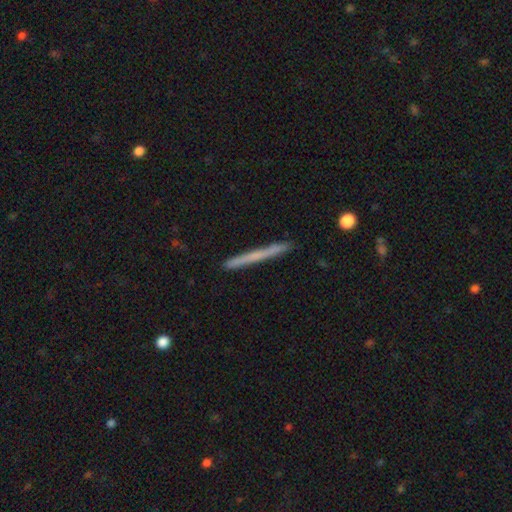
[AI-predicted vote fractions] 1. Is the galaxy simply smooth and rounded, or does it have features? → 55% smooth, 38% featured or disk, 6% star or artifact.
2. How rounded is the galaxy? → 97% cigar-shaped, 1% in between, 1% round.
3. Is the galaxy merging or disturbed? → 91% none, 6% minor disturbance, 1% major disturbance, 1% merger.